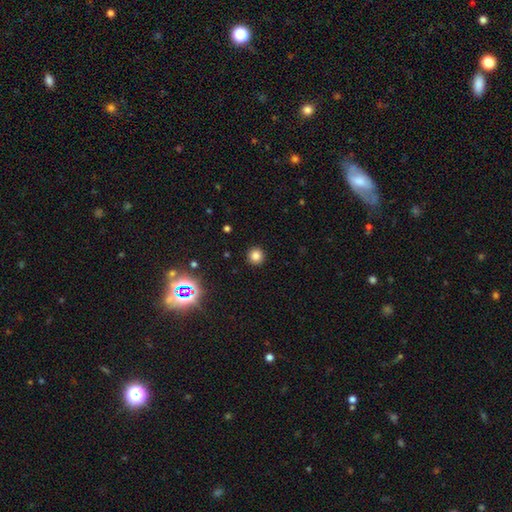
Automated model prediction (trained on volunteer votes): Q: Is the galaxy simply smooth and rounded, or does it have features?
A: smooth — 81%.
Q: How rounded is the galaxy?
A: round — 95%.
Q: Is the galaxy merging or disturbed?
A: none — 92%.